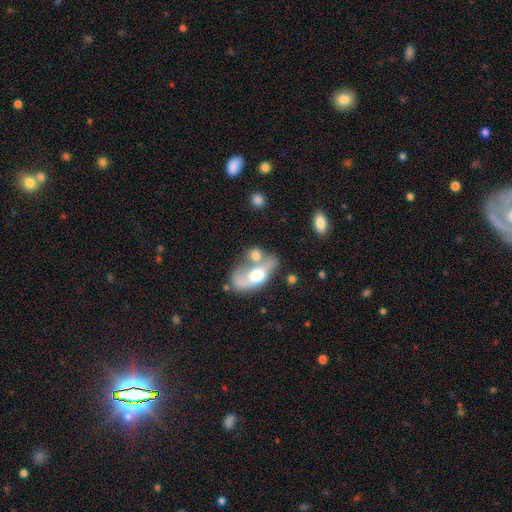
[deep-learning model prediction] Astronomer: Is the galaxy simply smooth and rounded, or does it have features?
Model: smooth — 49% (runner-up: featured or disk, 43%).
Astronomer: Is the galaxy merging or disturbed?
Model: merger — 54%.